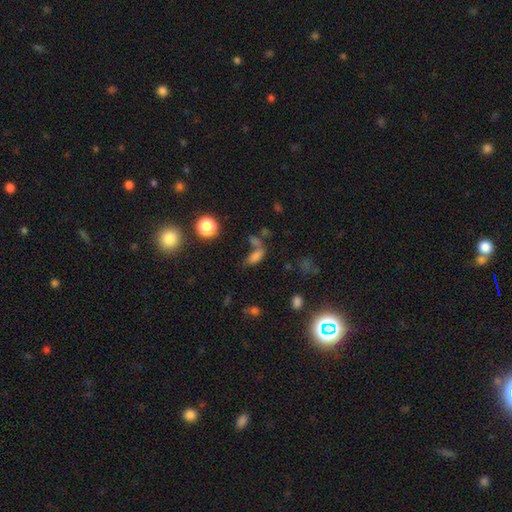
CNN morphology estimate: Q: Smooth or featured?
A: smooth (71%); runner-up: star or artifact (18%)
Q: How rounded?
A: in between (71%); runner-up: cigar-shaped (19%)
Q: Merging?
A: none (38%); runner-up: merger (37%)